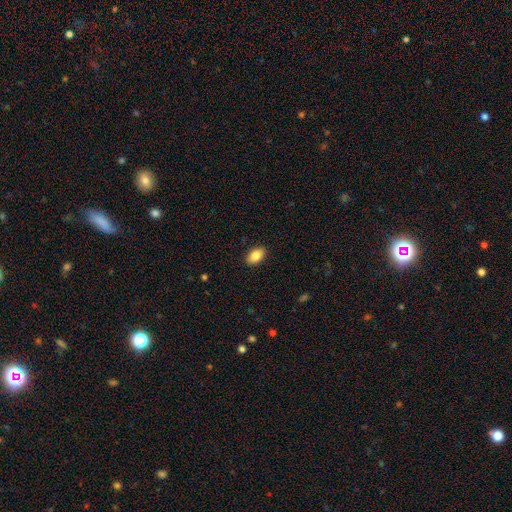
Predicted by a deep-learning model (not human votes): Smooth or featured? Predicted: smooth (p=0.86). How rounded? Predicted: in between (p=0.91). Merging? Predicted: none (p=0.90).